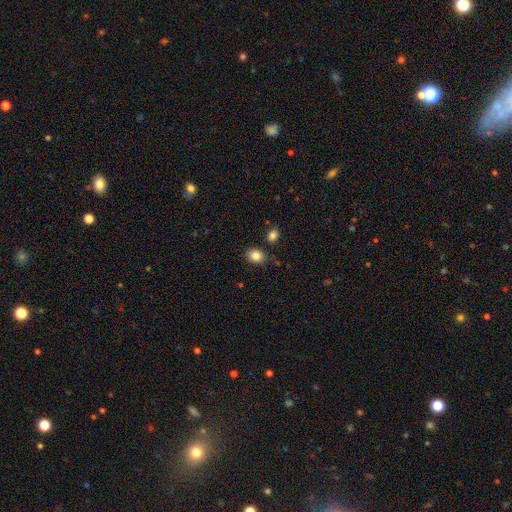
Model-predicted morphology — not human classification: A smooth galaxy with no disk features (84%) that is in between round and cigar-shaped (51%). Merging: none (78%).